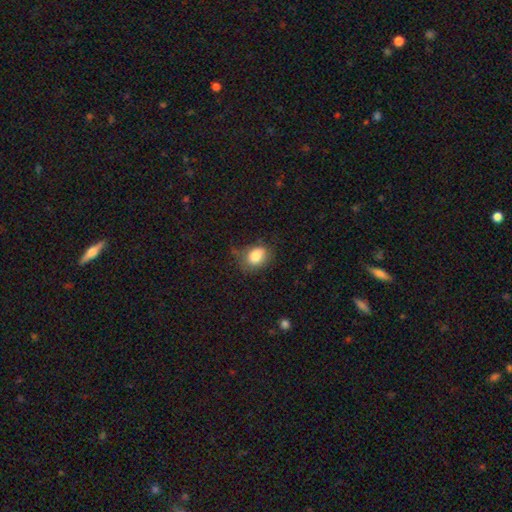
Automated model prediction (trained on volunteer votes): Smooth or featured? smooth (83%)
How rounded? in between (74%)
Merging? none (59%)